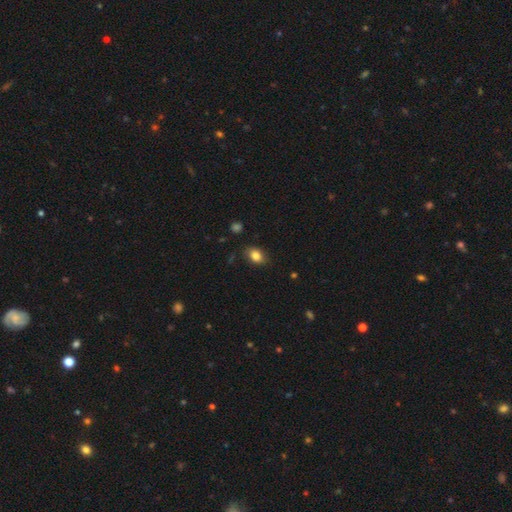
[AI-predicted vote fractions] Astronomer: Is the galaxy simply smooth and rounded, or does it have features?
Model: smooth — 84%.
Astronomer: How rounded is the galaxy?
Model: in between — 76%.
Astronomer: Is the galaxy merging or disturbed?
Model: none — 83%.